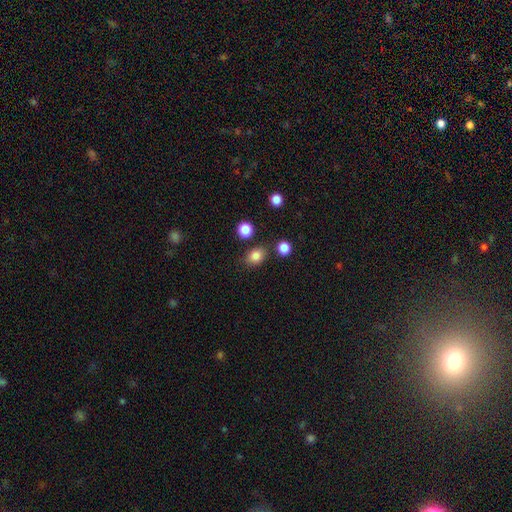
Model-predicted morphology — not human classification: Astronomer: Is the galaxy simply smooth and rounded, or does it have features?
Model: smooth — 83%.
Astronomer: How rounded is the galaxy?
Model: in between — 54% (runner-up: round, 45%).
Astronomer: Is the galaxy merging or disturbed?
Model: none — 78%.